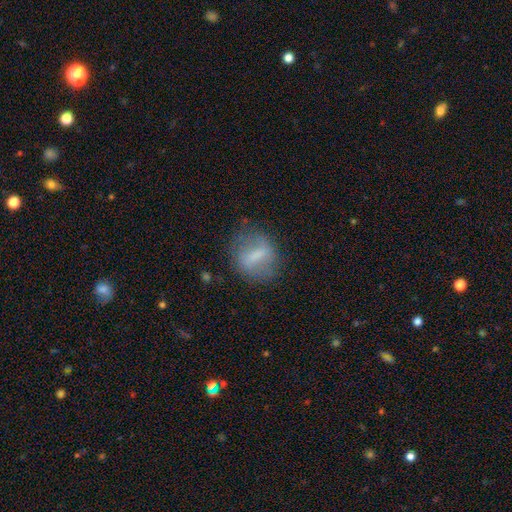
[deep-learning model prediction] This appears to be a smooth galaxy with no disk features (47%). Merging: none (70%).